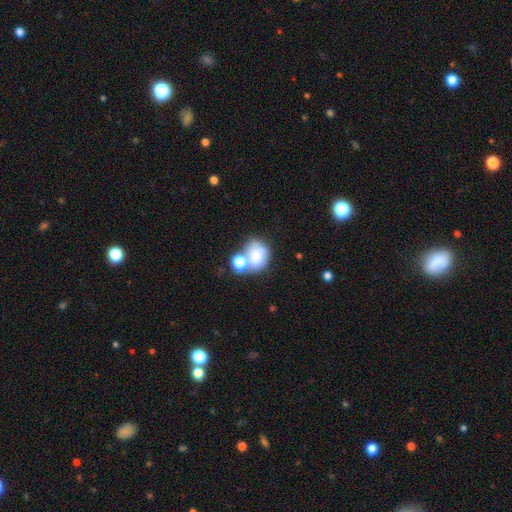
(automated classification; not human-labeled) A smooth galaxy with no disk features (70%) that is round (53%).

Vote fractions:
- Smooth or featured? smooth: 70% / featured or disk: 19% / star or artifact: 11%
- How rounded? round: 53% / in between: 46% / cigar-shaped: 1%
- Merging? merger: 43% / none: 34% / minor disturbance: 14% / major disturbance: 9%